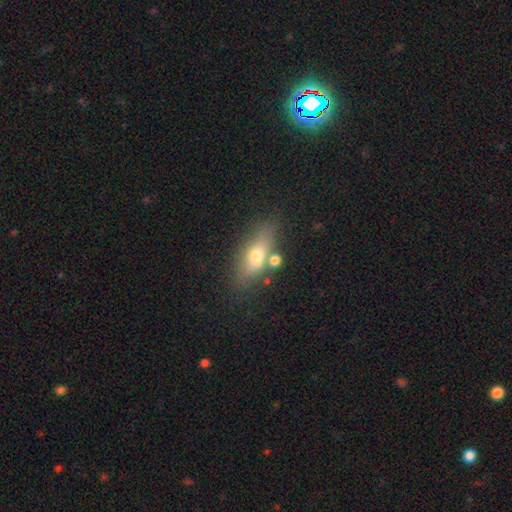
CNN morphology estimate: smooth-or-featured: smooth: 61% | featured or disk: 29% | star or artifact: 10%
  how-rounded: in between: 70% | cigar-shaped: 21% | round: 9%
  merging: none: 62% | merger: 17% | minor disturbance: 15% | major disturbance: 6%